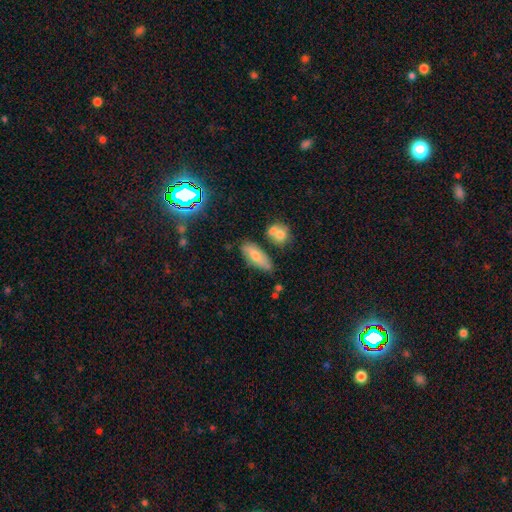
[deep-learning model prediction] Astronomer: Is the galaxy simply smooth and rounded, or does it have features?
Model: smooth — 68%.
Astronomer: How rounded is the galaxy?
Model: in between — 67%.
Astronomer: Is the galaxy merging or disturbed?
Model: none — 63%.